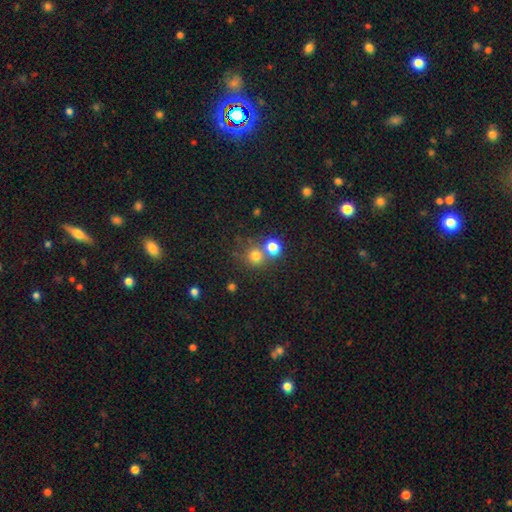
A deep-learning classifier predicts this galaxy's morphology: A smooth galaxy with no disk features (74%) that is round (90%).

Vote fractions:
- Smooth or featured? smooth: 74% / star or artifact: 17% / featured or disk: 9%
- How rounded? round: 90% / in between: 9% / cigar-shaped: 1%
- Merging? none: 60% / merger: 29% / minor disturbance: 8% / major disturbance: 4%